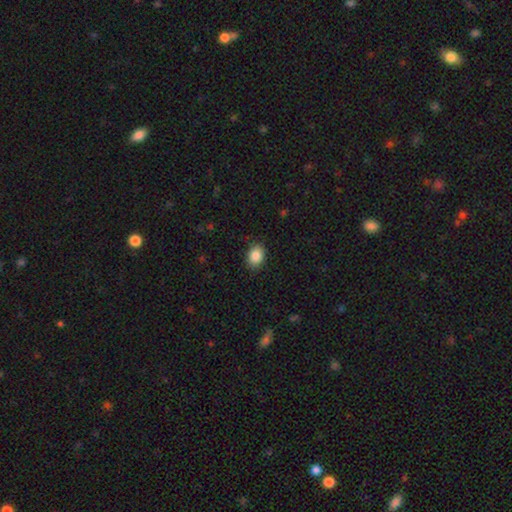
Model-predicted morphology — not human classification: A smooth galaxy with no disk features (87%) that is in between round and cigar-shaped (74%).

Vote fractions:
- Smooth or featured? smooth: 87% / star or artifact: 8% / featured or disk: 5%
- How rounded? in between: 74% / round: 26% / cigar-shaped: 1%
- Merging? none: 87% / minor disturbance: 10% / major disturbance: 2% / merger: 1%